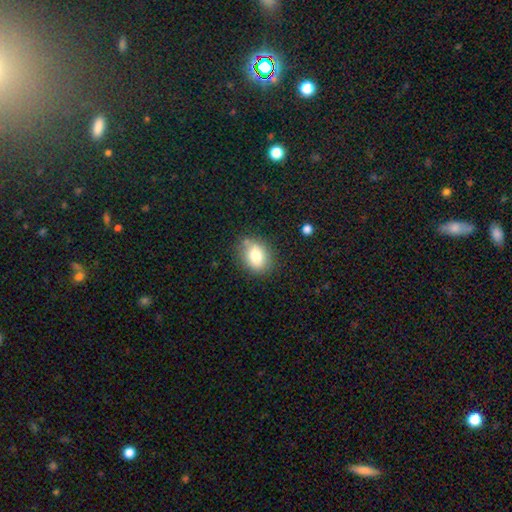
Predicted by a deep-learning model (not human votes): Smooth or featured?
  - smooth: 79% *
  - featured or disk: 11%
  - star or artifact: 9%
How rounded?
  - in between: 59% *
  - round: 40%
  - cigar-shaped: 1%
Merging?
  - none: 77% *
  - minor disturbance: 16%
  - major disturbance: 4%
  - merger: 4%